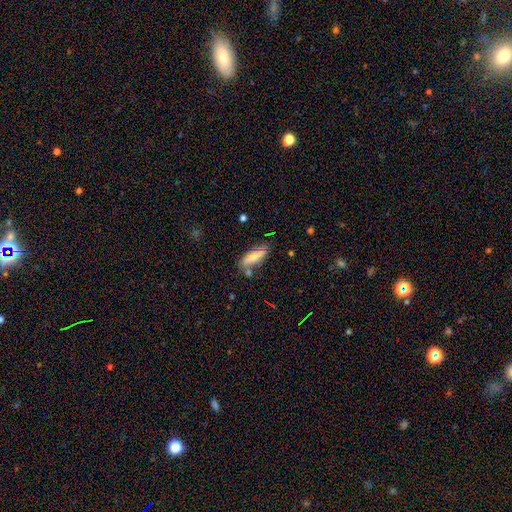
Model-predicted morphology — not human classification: Overall: smooth (59%; featured or disk 33%). How rounded: cigar-shaped (56%; in between 41%). Merging: none (68%).